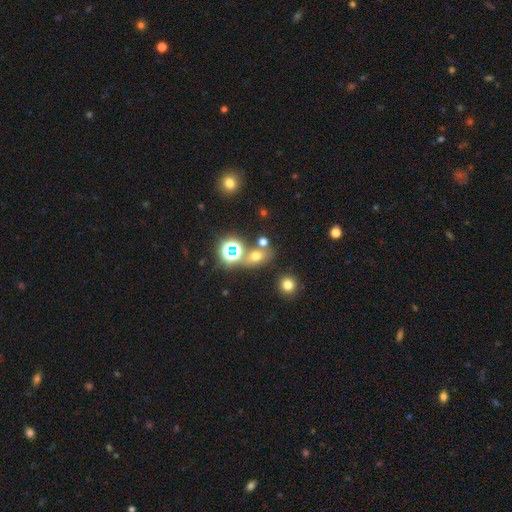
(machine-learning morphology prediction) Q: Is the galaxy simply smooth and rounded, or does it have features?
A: smooth — 53%.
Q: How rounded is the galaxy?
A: in between — 55%.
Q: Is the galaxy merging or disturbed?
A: none — 61%.